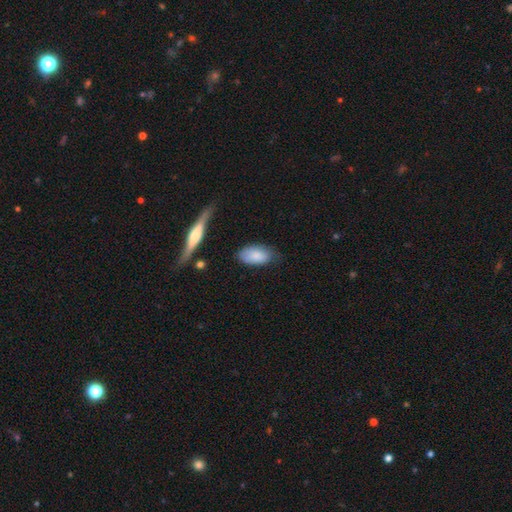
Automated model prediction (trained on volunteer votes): Overall: smooth (83%). How rounded: in between (93%). Merging: none (63%; minor disturbance 28%).